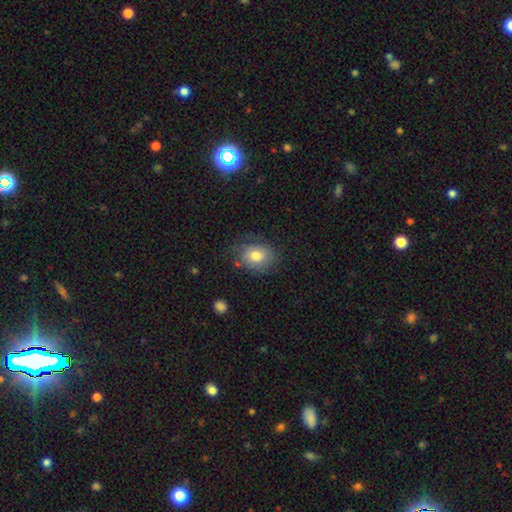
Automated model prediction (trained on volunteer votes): Smooth or featured?
  - smooth: 74% *
  - featured or disk: 18%
  - star or artifact: 9%
How rounded?
  - in between: 57% *
  - round: 42%
  - cigar-shaped: 1%
Merging?
  - none: 65% *
  - minor disturbance: 22%
  - major disturbance: 10%
  - merger: 2%